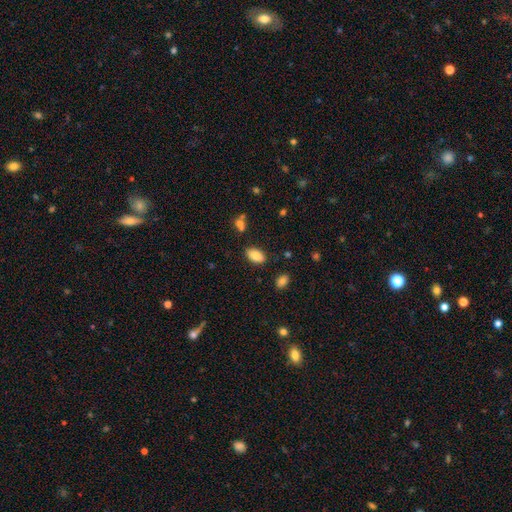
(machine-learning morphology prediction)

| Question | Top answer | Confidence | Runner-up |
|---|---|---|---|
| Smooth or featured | smooth | 85% | star or artifact (8%) |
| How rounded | in between | 93% | round (4%) |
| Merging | none | 83% | minor disturbance (11%) |